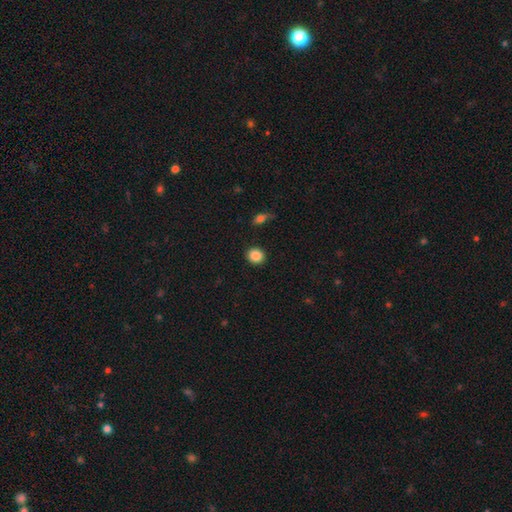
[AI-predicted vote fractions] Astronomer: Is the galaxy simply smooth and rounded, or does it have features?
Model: smooth — 88%.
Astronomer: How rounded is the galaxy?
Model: round — 82%.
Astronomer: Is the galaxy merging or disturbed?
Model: none — 89%.